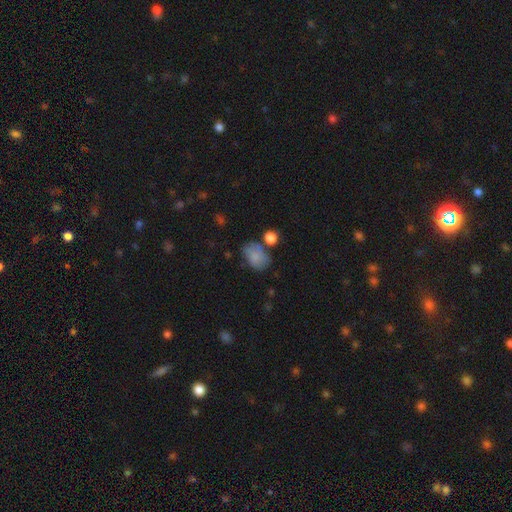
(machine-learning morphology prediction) A smooth galaxy with no disk features (77%) that is in between round and cigar-shaped (73%).

Vote fractions:
- Smooth or featured? smooth: 77% / featured or disk: 14% / star or artifact: 9%
- How rounded? in between: 73% / round: 26% / cigar-shaped: 1%
- Merging? none: 49% / minor disturbance: 25% / merger: 15% / major disturbance: 11%